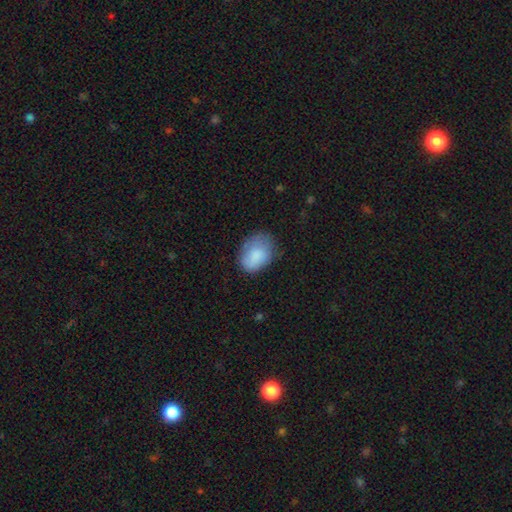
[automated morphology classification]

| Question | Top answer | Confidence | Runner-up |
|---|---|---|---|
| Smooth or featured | smooth | 81% | featured or disk (12%) |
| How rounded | in between | 72% | round (27%) |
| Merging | none | 61% | minor disturbance (28%) |